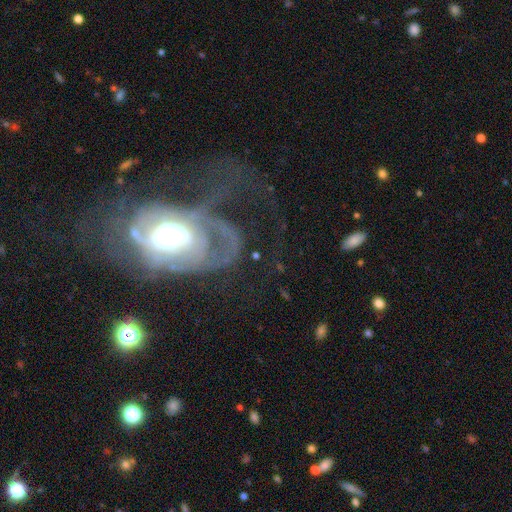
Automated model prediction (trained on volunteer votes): This appears to be a featured or disk galaxy (70%) with no bar (68%), spiral arms (63%) and a moderate central bulge (45%). Merging: major disturbance (53%).